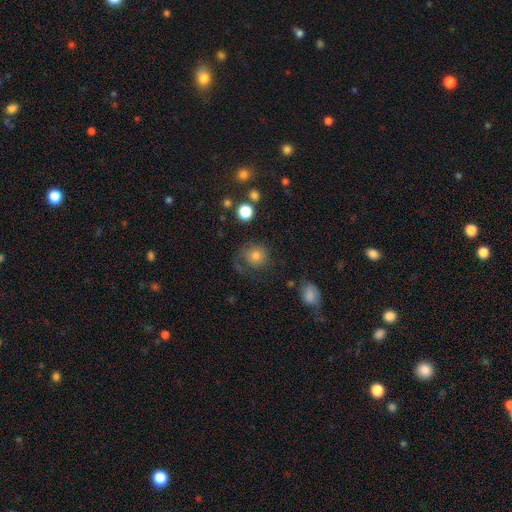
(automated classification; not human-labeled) smooth_or_featured: smooth (p=0.69) [alt: featured or disk p=0.18]
how_rounded: round (p=0.86) [alt: in between p=0.13]
merging: none (p=0.57) [alt: major disturbance p=0.21]